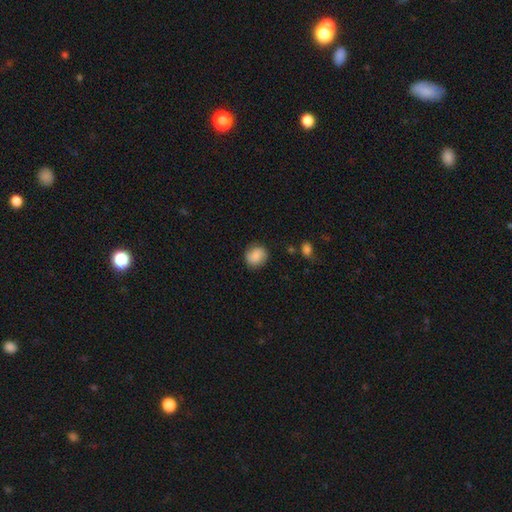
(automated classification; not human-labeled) Overall: smooth (76%). How rounded: round (76%). Merging: none (81%).